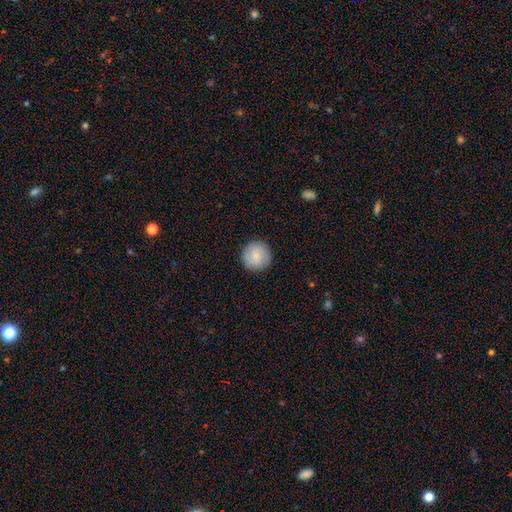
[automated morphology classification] Smooth or featured?
  - smooth: 83% *
  - featured or disk: 11%
  - star or artifact: 6%
How rounded?
  - round: 95% *
  - in between: 4%
  - cigar-shaped: 1%
Merging?
  - none: 91% *
  - minor disturbance: 7%
  - major disturbance: 2%
  - merger: 1%